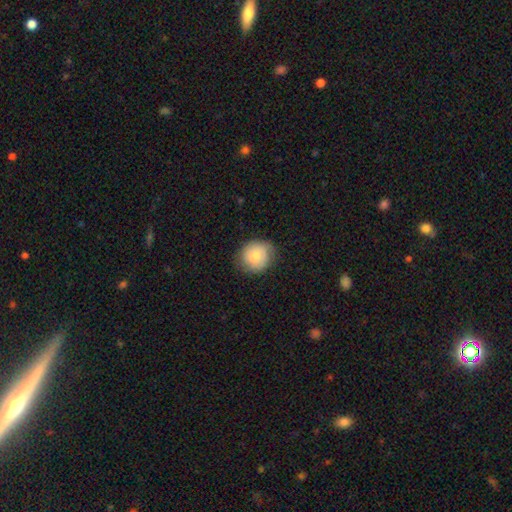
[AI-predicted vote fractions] Morphology: type=smooth (77%); roundness=round (81%); merging=none (74%).